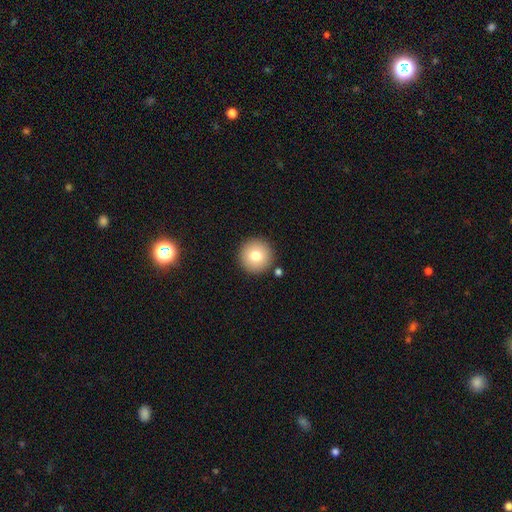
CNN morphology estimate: Smooth or featured?
  - smooth: 78% *
  - featured or disk: 12%
  - star or artifact: 10%
How rounded?
  - round: 96% *
  - in between: 3%
  - cigar-shaped: 1%
Merging?
  - none: 89% *
  - minor disturbance: 6%
  - merger: 3%
  - major disturbance: 2%